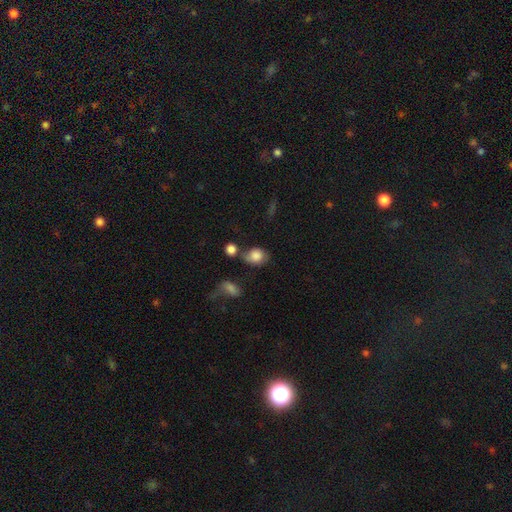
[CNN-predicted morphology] Smooth or featured: smooth — 81% (featured or disk — 11%)
How rounded: round — 57% (in between — 42%)
Merging: none — 44% (minor disturbance — 23%)